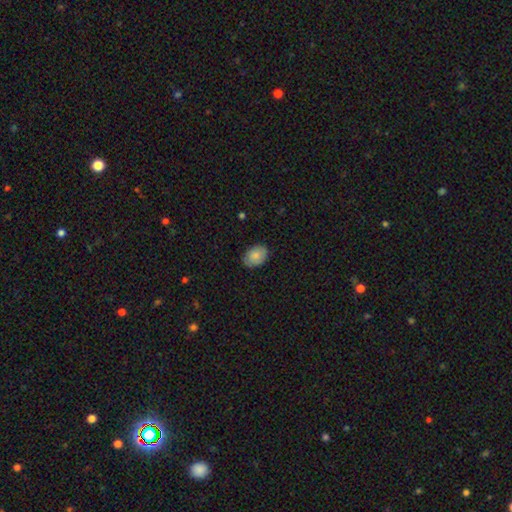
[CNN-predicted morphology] Smooth or featured: smooth — 82% (featured or disk — 11%)
How rounded: in between — 80% (round — 19%)
Merging: none — 84% (minor disturbance — 13%)